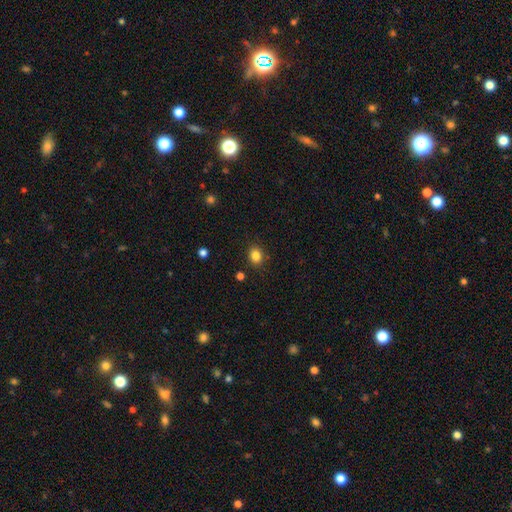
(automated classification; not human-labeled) Smooth or featured: smooth — 84% (star or artifact — 12%)
How rounded: round — 61% (in between — 38%)
Merging: none — 87% (minor disturbance — 9%)